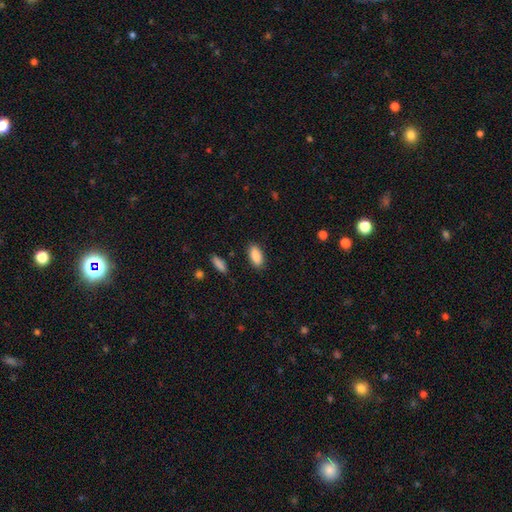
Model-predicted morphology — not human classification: Smooth or featured?
  - smooth: 88% *
  - star or artifact: 7%
  - featured or disk: 5%
How rounded?
  - in between: 89% *
  - cigar-shaped: 8%
  - round: 3%
Merging?
  - none: 87% *
  - minor disturbance: 9%
  - major disturbance: 2%
  - merger: 2%